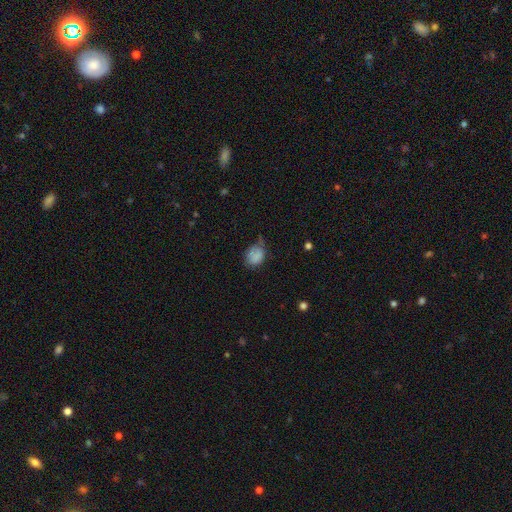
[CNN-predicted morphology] smooth 79%, featured or disk 11%, star or artifact 10%. Down the decision tree: how rounded — in between (60%); merging — minor disturbance (41%).